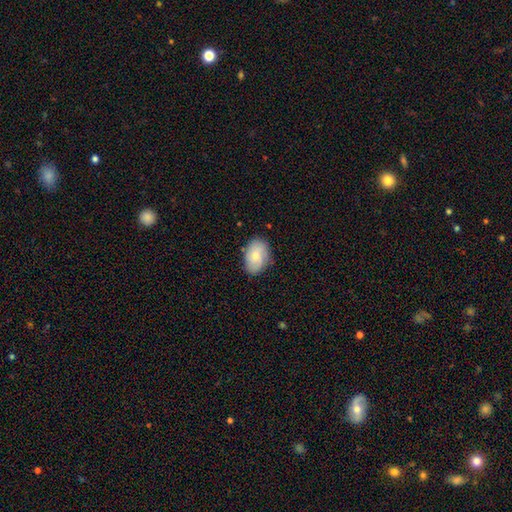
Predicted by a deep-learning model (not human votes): smooth-or-featured: smooth: 69% | featured or disk: 25% | star or artifact: 7%
  how-rounded: in between: 85% | round: 14% | cigar-shaped: 1%
  merging: none: 79% | minor disturbance: 17% | major disturbance: 3% | merger: 1%